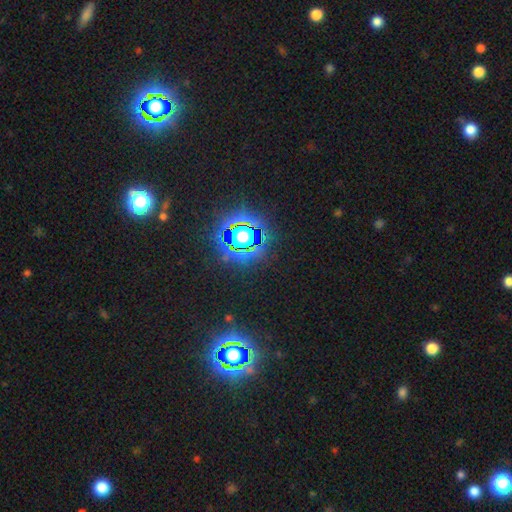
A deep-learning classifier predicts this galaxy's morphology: Smooth or featured?
  - star or artifact: 83% *
  - smooth: 10%
  - featured or disk: 6%